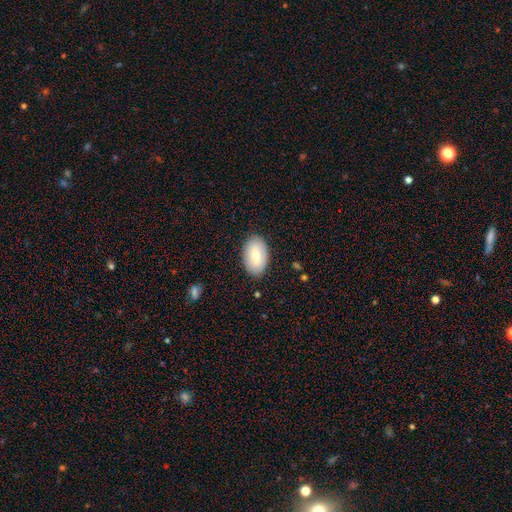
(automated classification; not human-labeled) smooth 68%, featured or disk 25%, star or artifact 7%. Down the decision tree: how rounded — in between (91%); merging — none (86%).